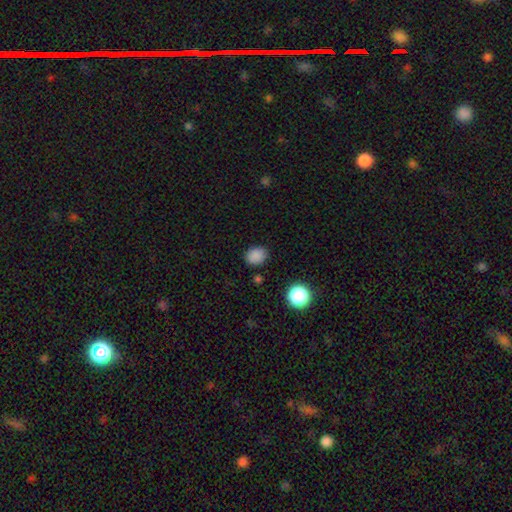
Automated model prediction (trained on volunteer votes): Smooth or featured? Predicted: smooth (p=0.85). How rounded? Predicted: round (p=0.58). Merging? Predicted: none (p=0.83).